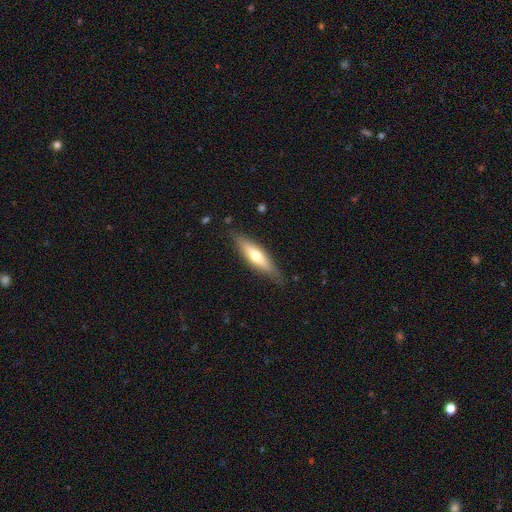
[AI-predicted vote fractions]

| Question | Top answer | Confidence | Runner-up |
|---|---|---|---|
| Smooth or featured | smooth | 54% | featured or disk (41%) |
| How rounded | cigar-shaped | 66% | in between (33%) |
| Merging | none | 81% | minor disturbance (14%) |